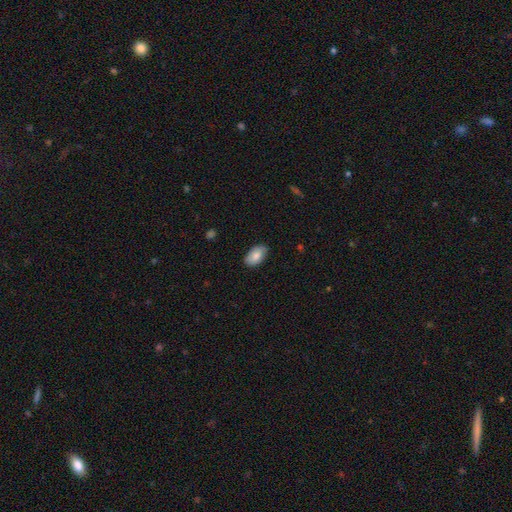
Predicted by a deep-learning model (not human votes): Smooth or featured? Predicted: smooth (p=0.83). How rounded? Predicted: in between (p=0.95). Merging? Predicted: none (p=0.83).